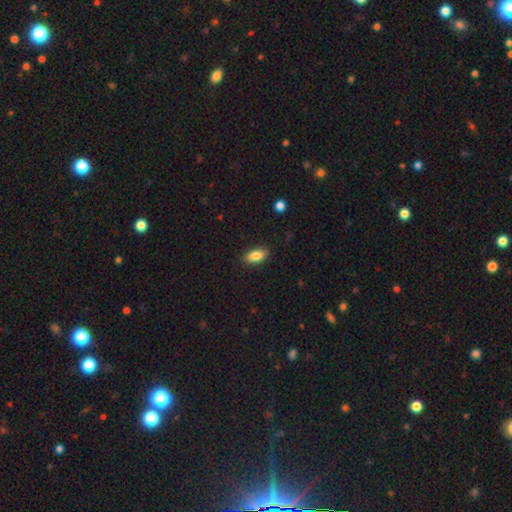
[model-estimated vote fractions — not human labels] This appears to be a smooth galaxy with no disk features (85%) that is in between round and cigar-shaped (88%). Merging: none (88%).